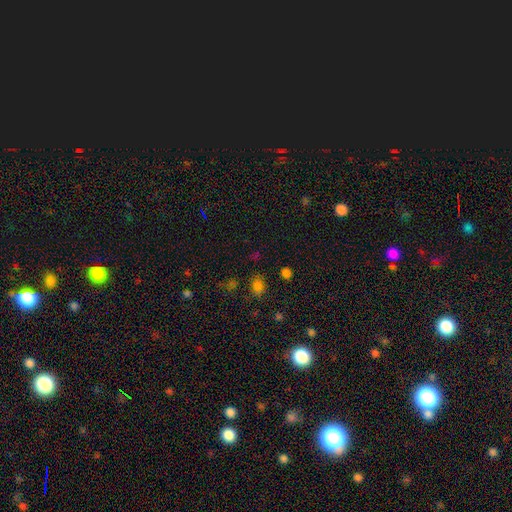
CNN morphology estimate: This appears to be a smooth galaxy with no disk features (48%). Merging: none (75%).